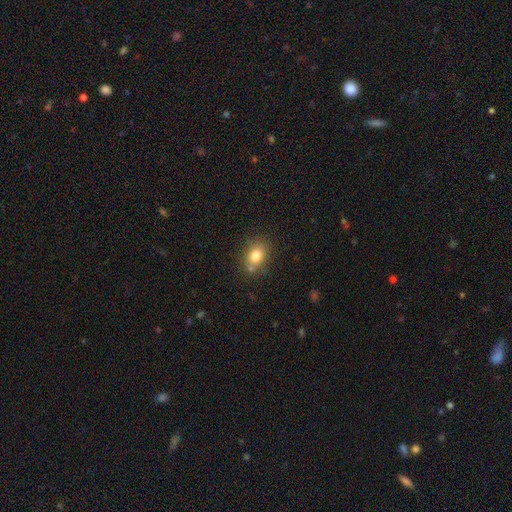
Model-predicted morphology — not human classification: smooth 80%, star or artifact 10%, featured or disk 10%. Down the decision tree: how rounded — in between (58%); merging — none (70%).